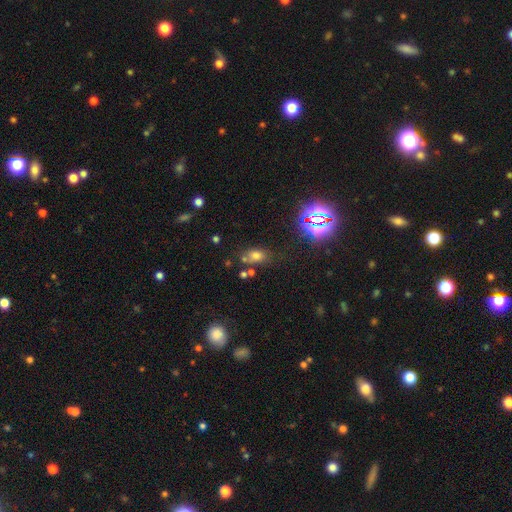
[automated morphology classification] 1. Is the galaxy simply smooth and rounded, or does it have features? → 63% smooth, 26% star or artifact, 11% featured or disk.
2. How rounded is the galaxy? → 74% in between, 23% round, 3% cigar-shaped.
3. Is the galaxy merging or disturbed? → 65% none, 16% minor disturbance, 13% merger, 6% major disturbance.